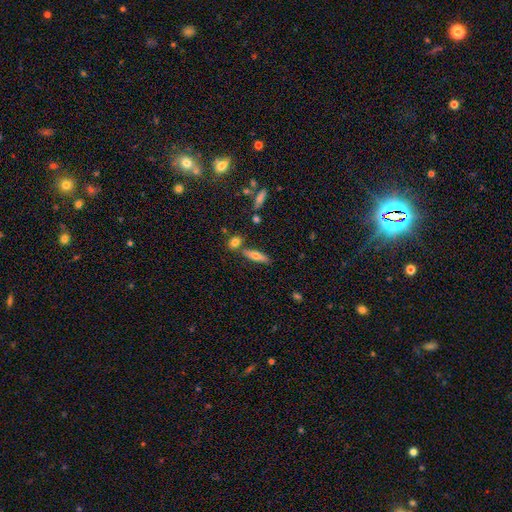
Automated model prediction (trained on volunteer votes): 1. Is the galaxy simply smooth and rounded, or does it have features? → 60% smooth, 32% featured or disk, 8% star or artifact.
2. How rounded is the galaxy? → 63% cigar-shaped, 34% in between, 3% round.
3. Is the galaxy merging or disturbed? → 73% none, 12% merger, 11% minor disturbance, 3% major disturbance.